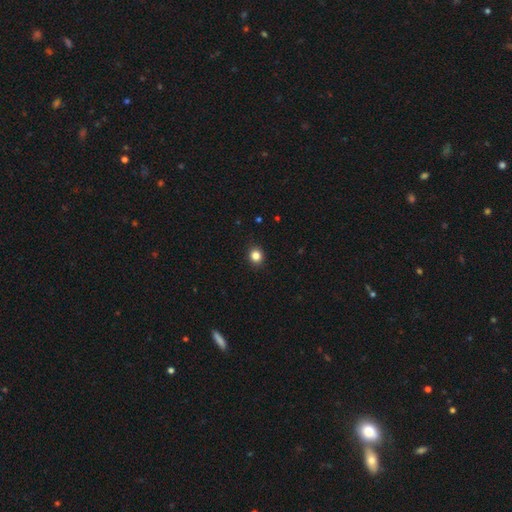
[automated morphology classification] Overall: smooth (84%). How rounded: round (81%). Merging: none (91%).